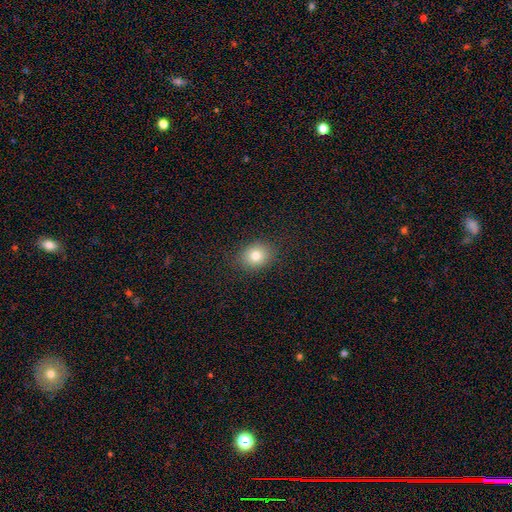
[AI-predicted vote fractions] Smooth or featured?
  - smooth: 79% *
  - star or artifact: 12%
  - featured or disk: 9%
How rounded?
  - round: 66% *
  - in between: 33%
  - cigar-shaped: 1%
Merging?
  - none: 87% *
  - minor disturbance: 9%
  - major disturbance: 3%
  - merger: 1%